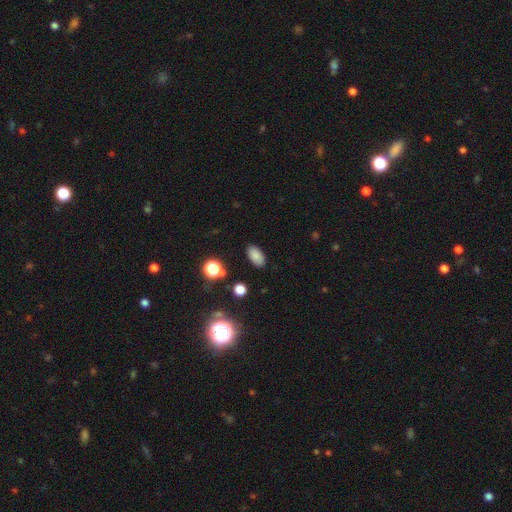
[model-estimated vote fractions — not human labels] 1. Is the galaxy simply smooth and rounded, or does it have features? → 82% smooth, 13% star or artifact, 5% featured or disk.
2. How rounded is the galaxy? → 92% in between, 6% round, 3% cigar-shaped.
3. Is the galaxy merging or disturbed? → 86% none, 9% minor disturbance, 3% major disturbance, 2% merger.